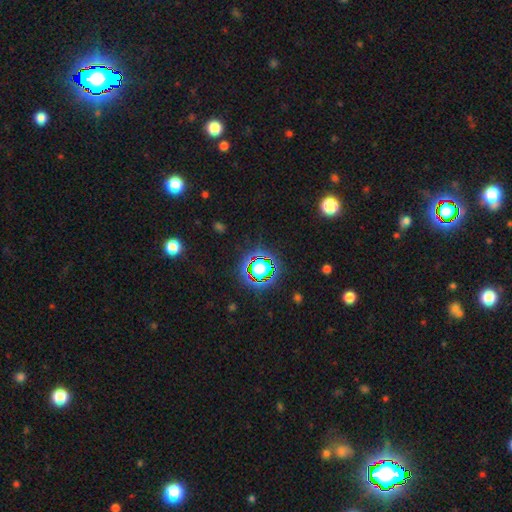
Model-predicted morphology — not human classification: A star or artifact, not a galaxy (79%).

Vote fractions:
- Smooth or featured? star or artifact: 79% / smooth: 13% / featured or disk: 8%